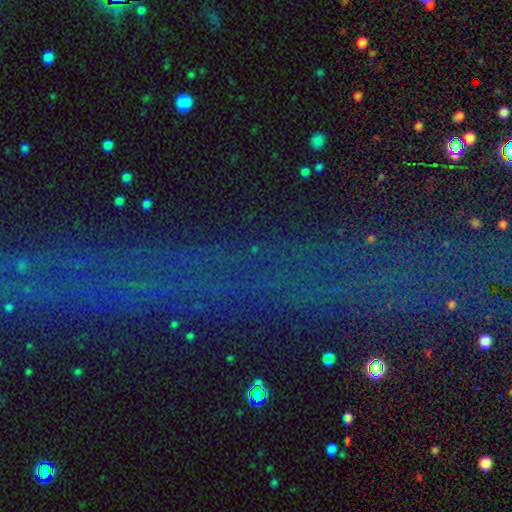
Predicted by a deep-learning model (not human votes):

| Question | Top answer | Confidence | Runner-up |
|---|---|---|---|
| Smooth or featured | star or artifact | 69% | featured or disk (17%) |